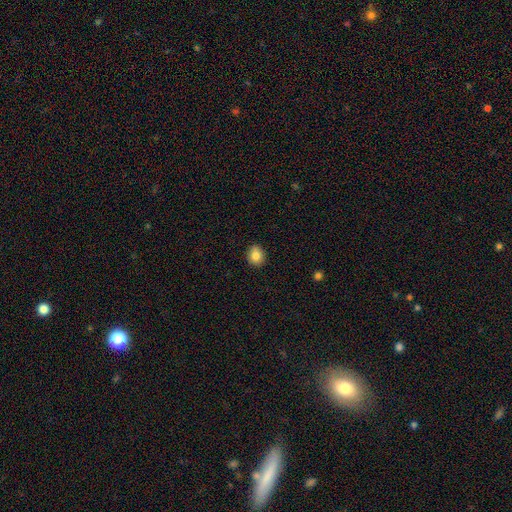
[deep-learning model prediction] The model was most divided on "how rounded": round: 72%, in between: 27%, cigar-shaped: 1%. More confident: merging — none (88%); smooth or featured — smooth (83%).